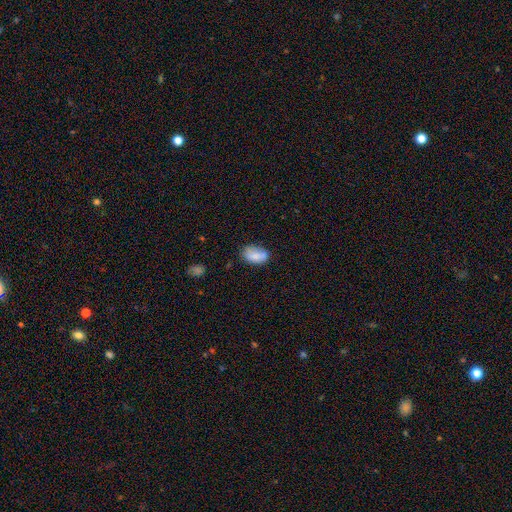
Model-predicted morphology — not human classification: This appears to be a smooth galaxy with no disk features (79%) that is in between round and cigar-shaped (90%). Merging: none (58%).